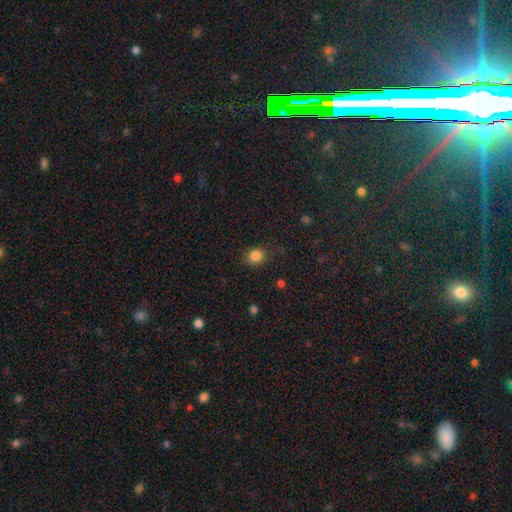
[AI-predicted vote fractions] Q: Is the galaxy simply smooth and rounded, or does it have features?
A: smooth — 85%.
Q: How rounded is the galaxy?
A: round — 73%.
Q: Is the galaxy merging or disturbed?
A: none — 82%.